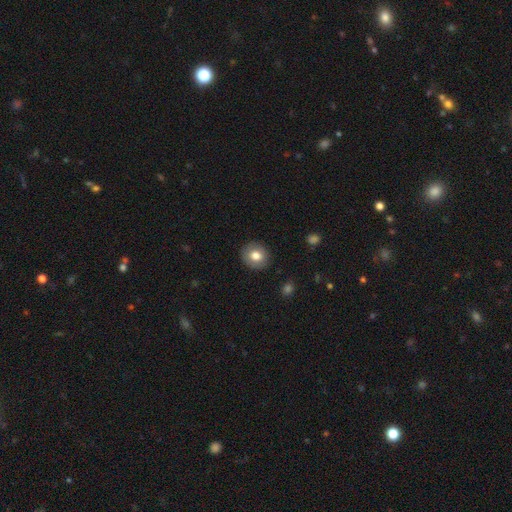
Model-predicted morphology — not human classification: A smooth galaxy with no disk features (77%) that is round (80%). Merging: none (90%).